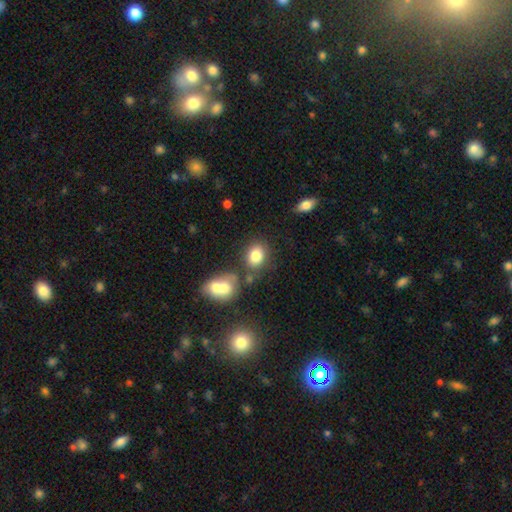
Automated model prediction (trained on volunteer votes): smooth 81%, star or artifact 10%, featured or disk 8%. Down the decision tree: how rounded — in between (55%); merging — none (68%).